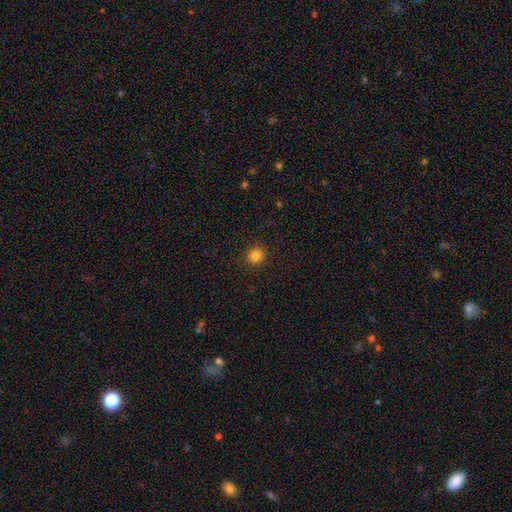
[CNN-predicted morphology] smooth-or-featured: smooth: 83% | star or artifact: 12% | featured or disk: 4%
  how-rounded: round: 87% | in between: 12% | cigar-shaped: 1%
  merging: none: 92% | minor disturbance: 5% | major disturbance: 2% | merger: 1%